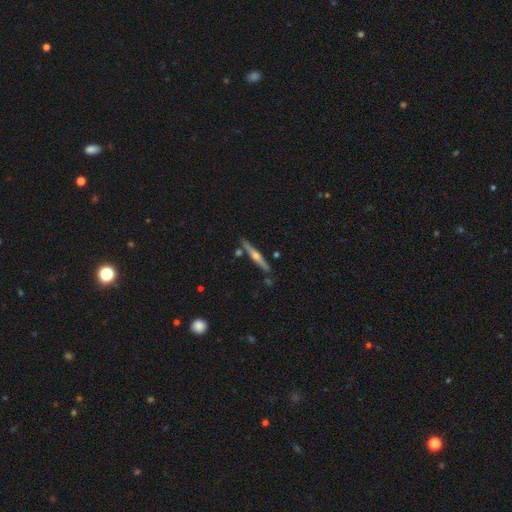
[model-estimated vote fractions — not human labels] smooth-or-featured: featured or disk: 75% | smooth: 19% | star or artifact: 6%
  disk-edge-on: yes: 98% | no: 2%
    edge-on-bulge: rounded: 91% | none: 5% | boxy: 3%
  merging: none: 86% | minor disturbance: 8% | merger: 4% | major disturbance: 2%